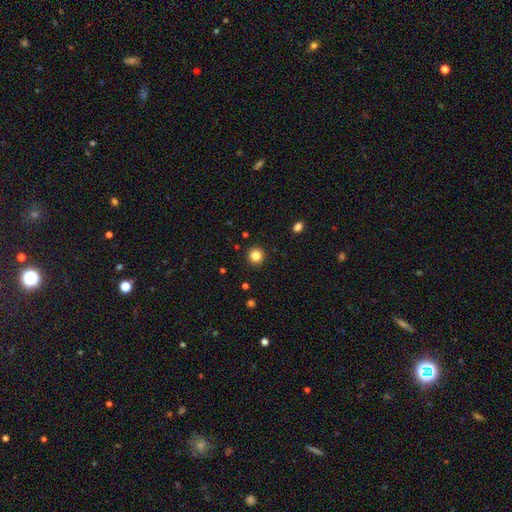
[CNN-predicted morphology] smooth 84%, star or artifact 12%, featured or disk 5%. Down the decision tree: how rounded — round (95%); merging — none (92%).